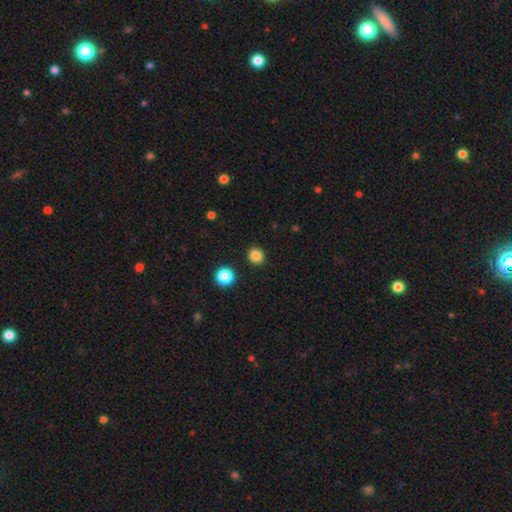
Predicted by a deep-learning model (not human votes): Smooth or featured?
  - smooth: 84% *
  - star or artifact: 12%
  - featured or disk: 3%
How rounded?
  - round: 82% *
  - in between: 17%
  - cigar-shaped: 1%
Merging?
  - none: 91% *
  - minor disturbance: 5%
  - major disturbance: 2%
  - merger: 2%